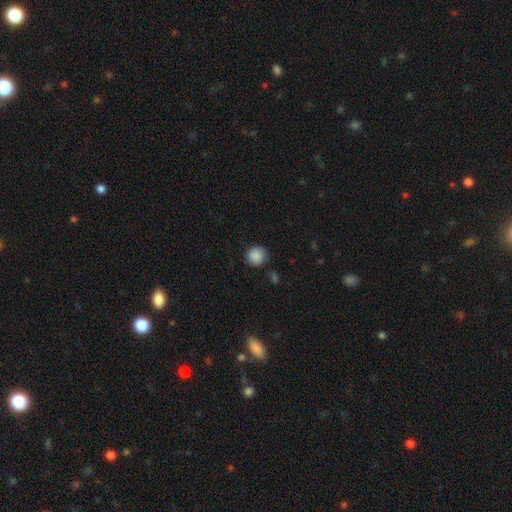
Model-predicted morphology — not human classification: Smooth or featured? smooth (88%)
How rounded? round (91%)
Merging? none (85%)